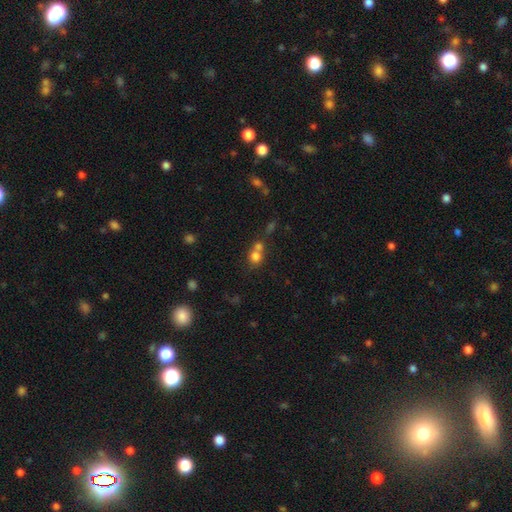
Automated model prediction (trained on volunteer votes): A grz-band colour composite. It shows a smooth galaxy with no disk features (75%) that is round (81%). Merging: merger (52%).